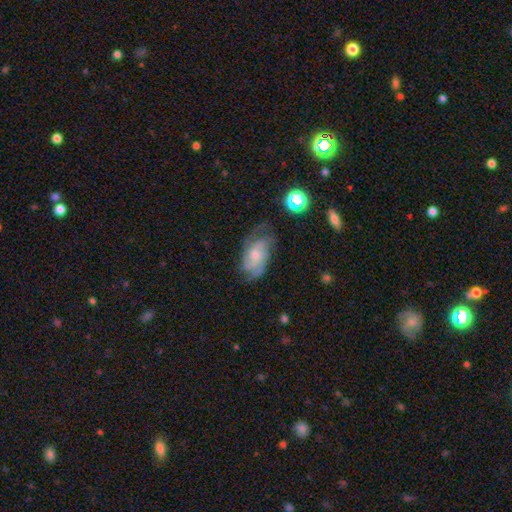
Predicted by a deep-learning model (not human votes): A featured or disk galaxy (74%) with no bar (72%), tight (43%) spiral arms (92%) and a small central bulge (49%). Merging: none (59%).